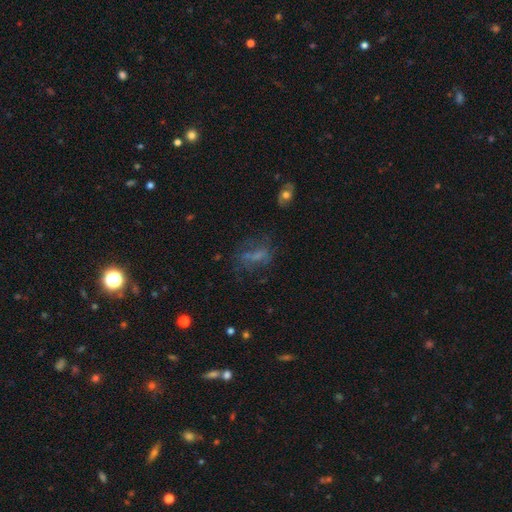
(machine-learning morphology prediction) The model was most divided on "smooth or featured": smooth: 40%, featured or disk: 37%, star or artifact: 23%. More confident: merging — none (50%).